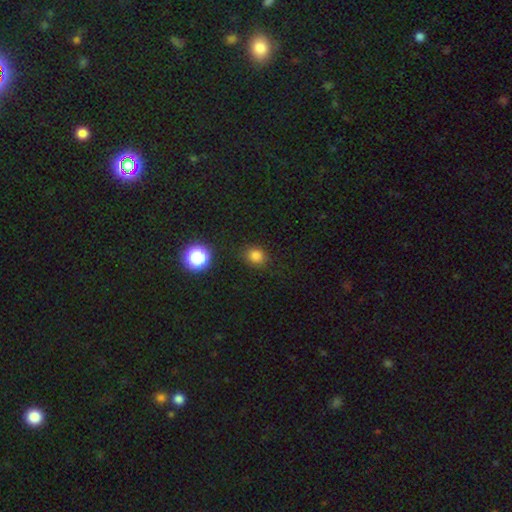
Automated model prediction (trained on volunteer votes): A smooth galaxy with no disk features (79%) that is round (73%).

Vote fractions:
- Smooth or featured? smooth: 79% / star or artifact: 16% / featured or disk: 4%
- How rounded? round: 73% / in between: 26% / cigar-shaped: 1%
- Merging? none: 85% / minor disturbance: 10% / major disturbance: 3% / merger: 2%